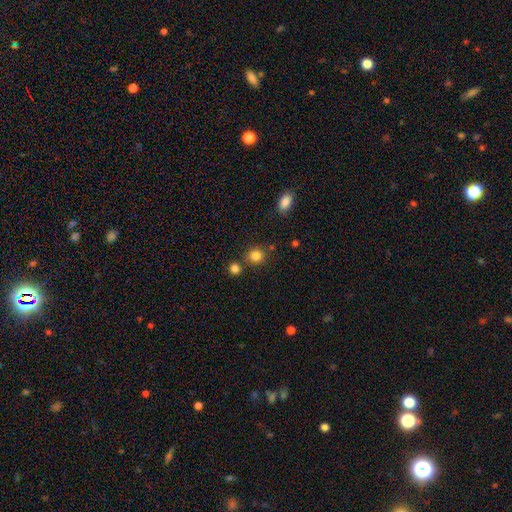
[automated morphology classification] type=smooth (83%); roundness=round (85%); merging=none (76%).